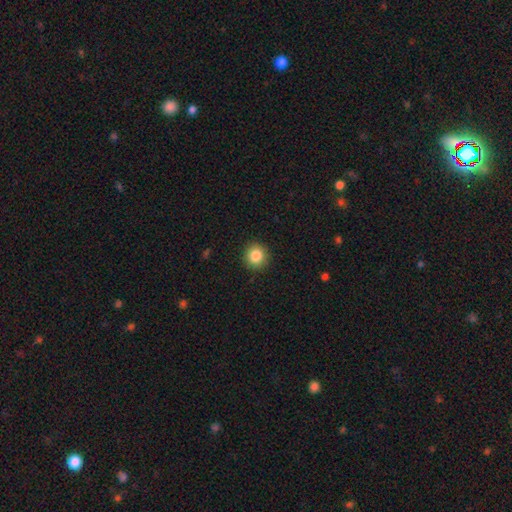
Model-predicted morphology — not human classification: Smooth or featured: smooth — 86% (star or artifact — 10%)
How rounded: round — 90% (in between — 9%)
Merging: none — 91% (minor disturbance — 6%)